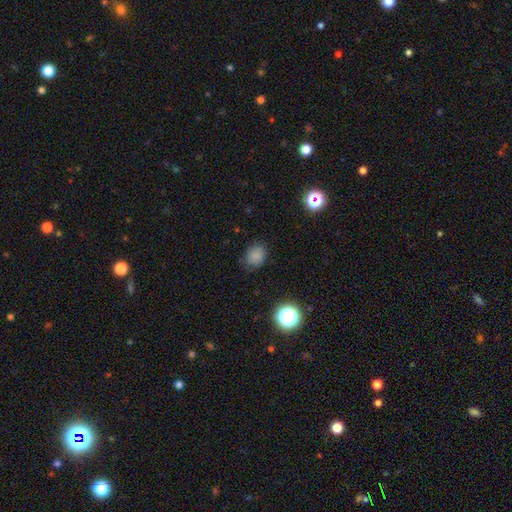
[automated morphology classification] Smooth or featured: smooth — 80% (star or artifact — 15%)
How rounded: round — 60% (in between — 39%)
Merging: none — 78% (minor disturbance — 16%)